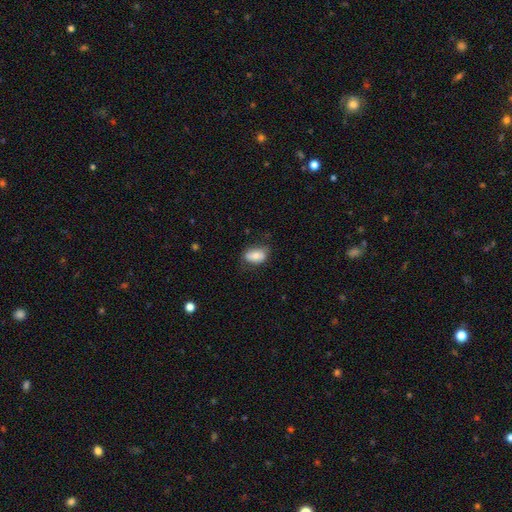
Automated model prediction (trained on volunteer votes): smooth 76%, featured or disk 16%, star or artifact 7%. Down the decision tree: how rounded — in between (89%); merging — none (67%).